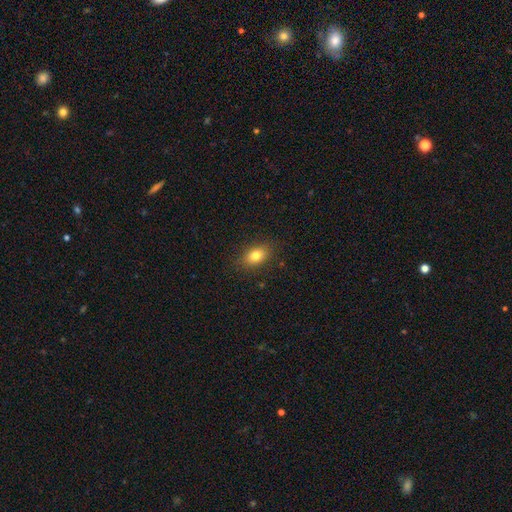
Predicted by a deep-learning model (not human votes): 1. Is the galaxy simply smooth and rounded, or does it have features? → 79% smooth, 10% star or artifact, 10% featured or disk.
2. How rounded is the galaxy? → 78% in between, 19% round, 3% cigar-shaped.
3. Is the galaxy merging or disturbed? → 86% none, 10% minor disturbance, 3% major disturbance, 1% merger.